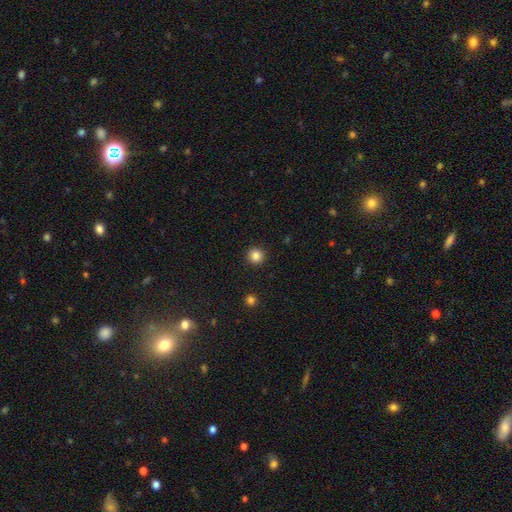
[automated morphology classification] Smooth or featured? smooth (85%)
How rounded? round (96%)
Merging? none (93%)